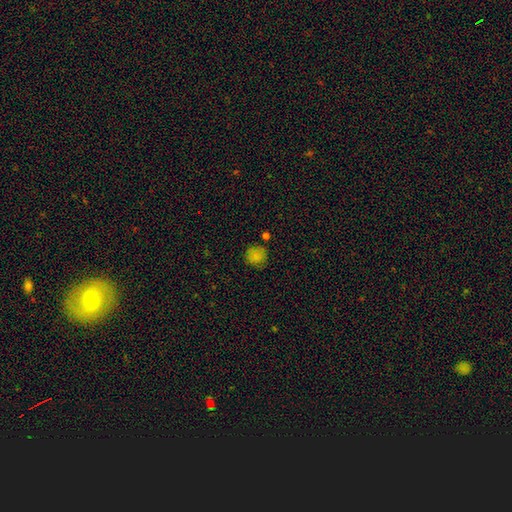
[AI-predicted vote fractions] Q: Smooth or featured?
A: smooth (81%); runner-up: star or artifact (14%)
Q: How rounded?
A: round (91%); runner-up: in between (8%)
Q: Merging?
A: none (78%); runner-up: minor disturbance (14%)